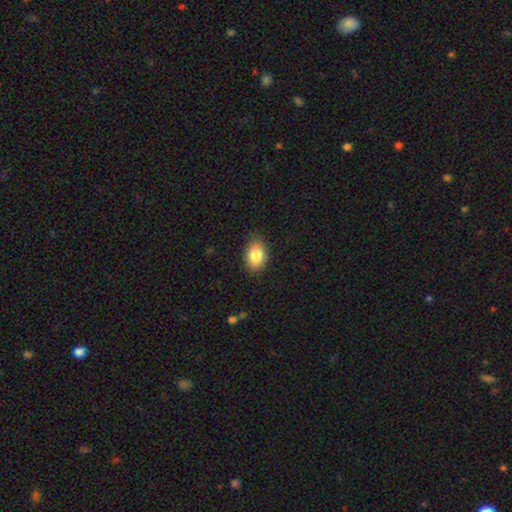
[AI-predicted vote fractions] Q: Smooth or featured?
A: smooth (85%); runner-up: star or artifact (8%)
Q: How rounded?
A: in between (81%); runner-up: round (17%)
Q: Merging?
A: none (82%); runner-up: minor disturbance (15%)